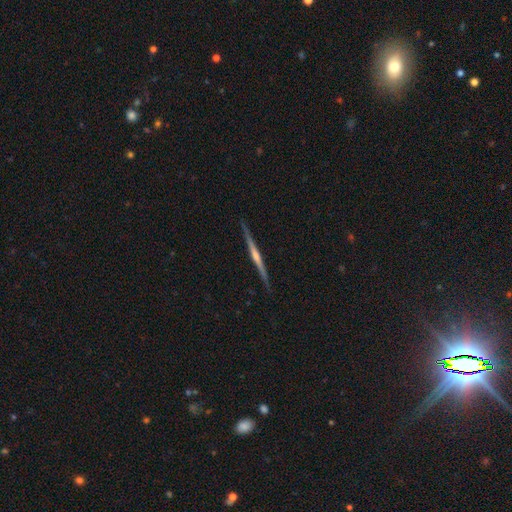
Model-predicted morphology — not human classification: Smooth or featured? featured or disk (80%)
Edge-on disk? yes (98%)
Edge-on bulge? rounded (68%)
Merging? none (91%)